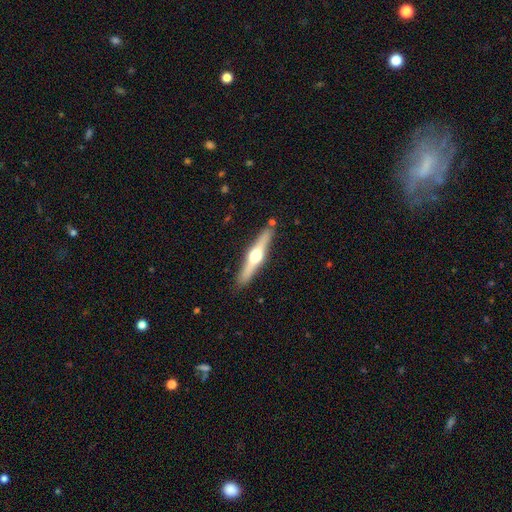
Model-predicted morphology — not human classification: smooth-or-featured: featured or disk: 69% | smooth: 26% | star or artifact: 5%
  disk-edge-on: yes: 97% | no: 3%
    edge-on-bulge: rounded: 96% | boxy: 3% | none: 2%
  merging: none: 87% | minor disturbance: 8% | merger: 3% | major disturbance: 2%